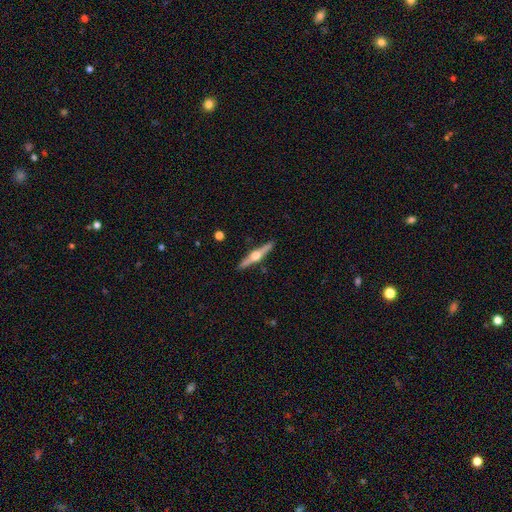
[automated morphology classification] type=featured or disk (78%); edge-on=yes (98%); edge-on bulge=rounded (95%); merging=none (91%).